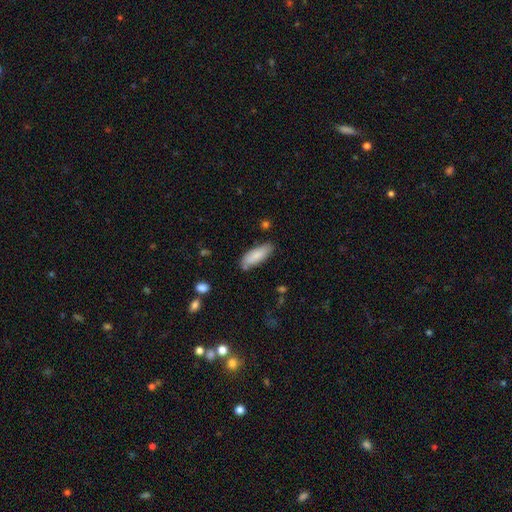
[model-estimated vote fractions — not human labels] The model was most divided on "how rounded": in between: 67%, cigar-shaped: 32%, round: 2%. More confident: smooth or featured — smooth (84%); merging — none (76%).